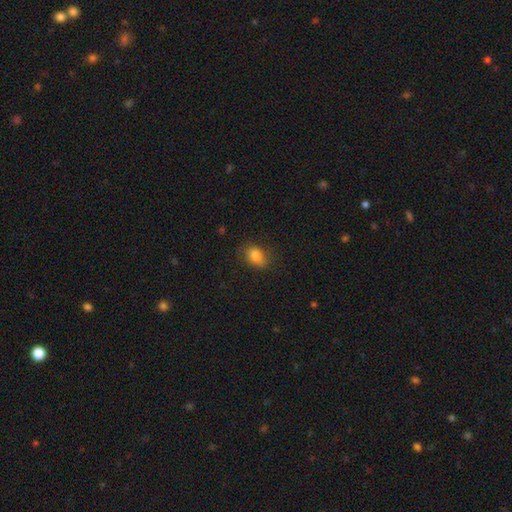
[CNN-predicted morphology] Q: Smooth or featured?
A: smooth (82%); runner-up: star or artifact (10%)
Q: How rounded?
A: in between (72%); runner-up: round (26%)
Q: Merging?
A: none (77%); runner-up: minor disturbance (17%)